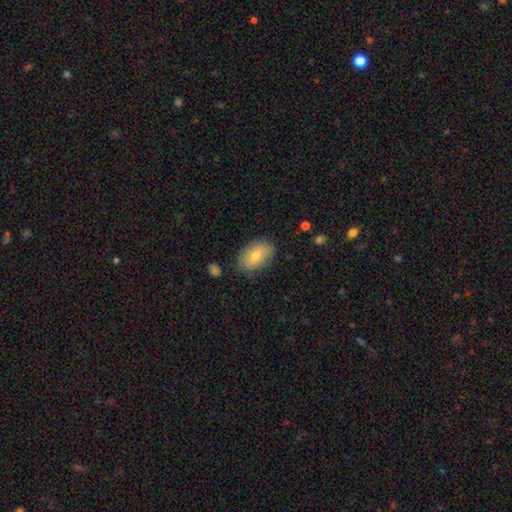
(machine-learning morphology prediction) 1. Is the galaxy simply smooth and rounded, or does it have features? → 67% smooth, 26% featured or disk, 7% star or artifact.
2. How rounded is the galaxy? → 85% in between, 13% round, 1% cigar-shaped.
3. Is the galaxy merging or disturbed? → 75% none, 19% minor disturbance, 4% major disturbance, 2% merger.